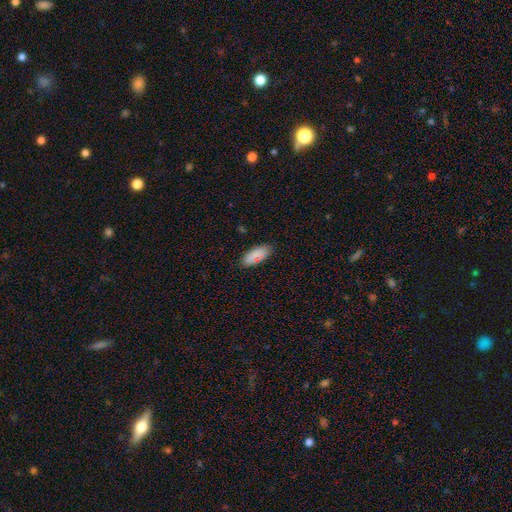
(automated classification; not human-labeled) Smooth or featured? Predicted: smooth (p=0.79). How rounded? Predicted: in between (p=0.87). Merging? Predicted: none (p=0.86).